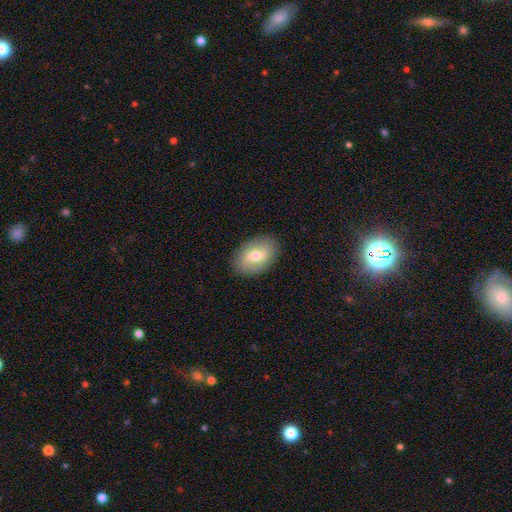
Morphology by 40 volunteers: Smooth or featured? smooth (62%)
How rounded? in between (92%)
Merging? none (86%)